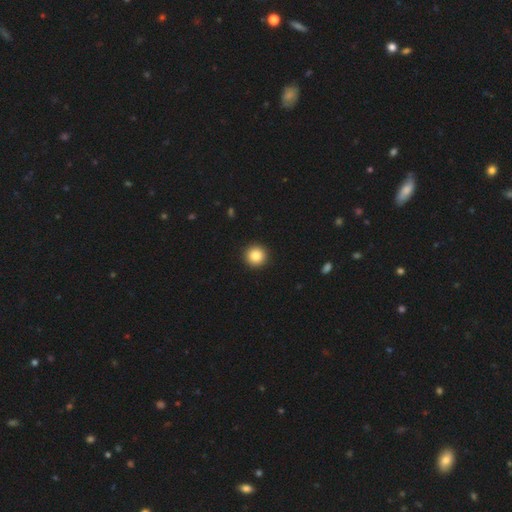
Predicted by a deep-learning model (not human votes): Smooth or featured?
  - smooth: 85% *
  - star or artifact: 10%
  - featured or disk: 6%
How rounded?
  - round: 96% *
  - in between: 3%
  - cigar-shaped: 1%
Merging?
  - none: 94% *
  - minor disturbance: 4%
  - major disturbance: 1%
  - merger: 1%